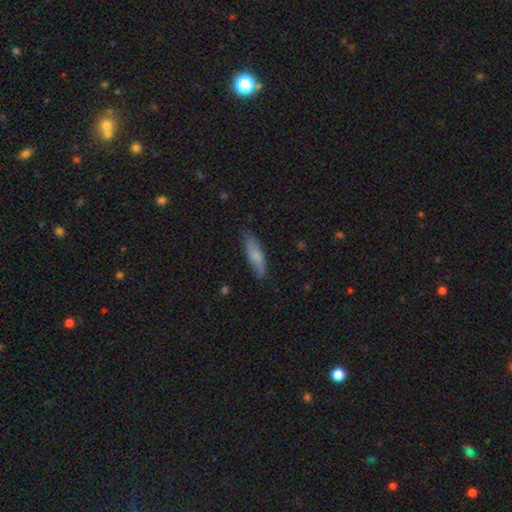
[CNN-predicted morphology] A smooth galaxy with no disk features (74%) that is cigar-shaped (53%). Merging: none (77%).